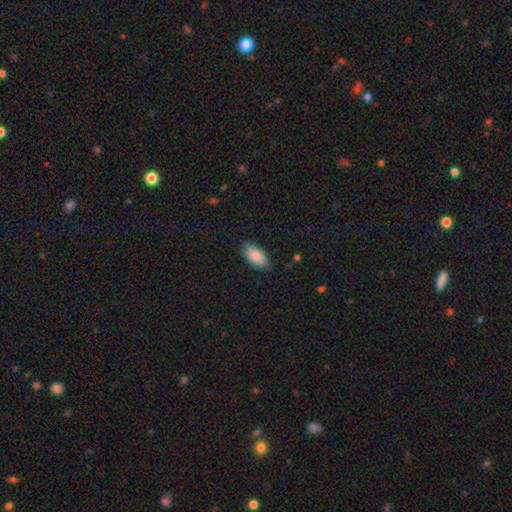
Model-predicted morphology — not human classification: Smooth or featured? Predicted: smooth (p=0.89). How rounded? Predicted: in between (p=0.93). Merging? Predicted: none (p=0.83).